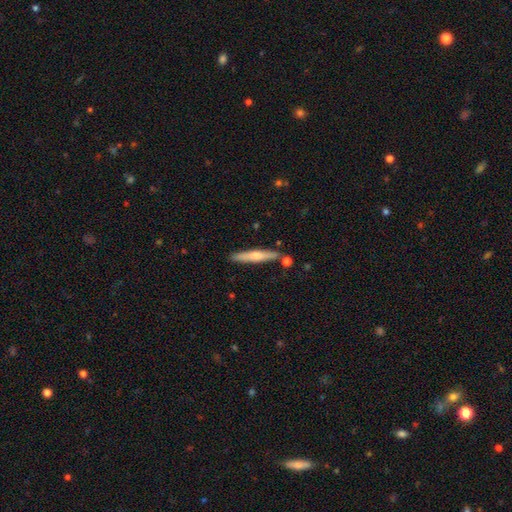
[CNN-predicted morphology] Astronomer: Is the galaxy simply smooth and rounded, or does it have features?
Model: smooth — 57% (runner-up: featured or disk, 37%).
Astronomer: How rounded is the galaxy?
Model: cigar-shaped — 93%.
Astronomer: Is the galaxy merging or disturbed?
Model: none — 83%.